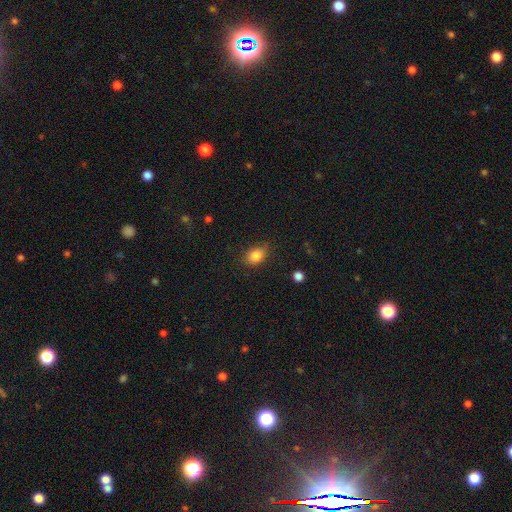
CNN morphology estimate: A smooth galaxy with no disk features (85%) that is in between round and cigar-shaped (76%). Merging: none (78%).